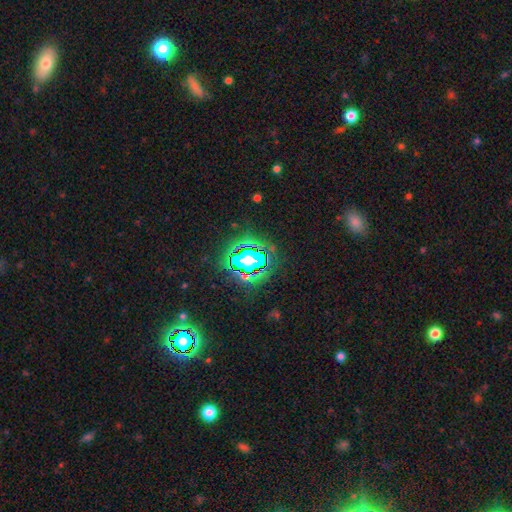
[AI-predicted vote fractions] Smooth or featured?
  - star or artifact: 80% *
  - smooth: 12%
  - featured or disk: 8%